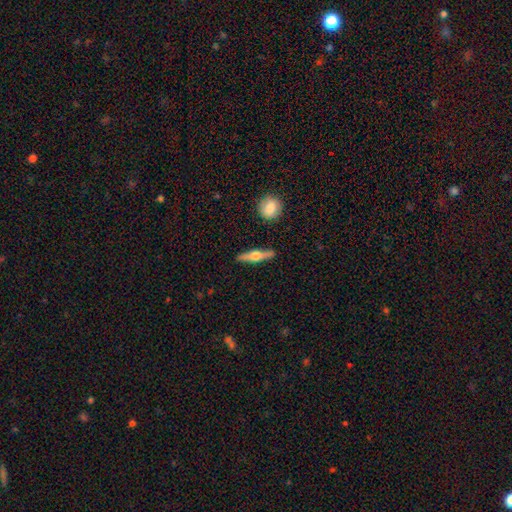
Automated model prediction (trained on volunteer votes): Smooth or featured: featured or disk — 60% (smooth — 34%)
Edge-on disk: yes — 96% (no — 4%)
Edge-on bulge: rounded — 93% (boxy — 4%)
Merging: none — 89% (minor disturbance — 7%)